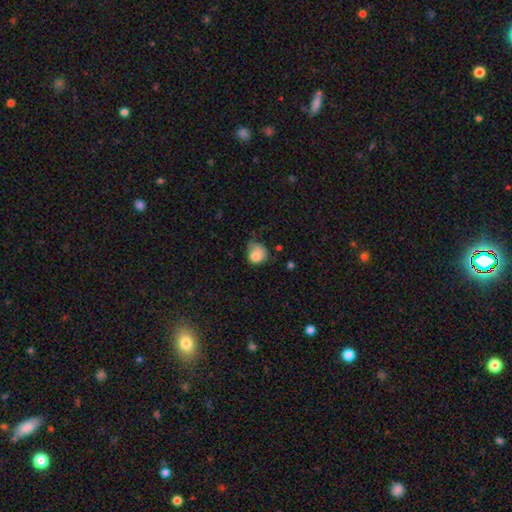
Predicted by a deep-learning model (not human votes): Q: Smooth or featured?
A: smooth (79%); runner-up: featured or disk (12%)
Q: How rounded?
A: round (65%); runner-up: in between (35%)
Q: Merging?
A: minor disturbance (41%); runner-up: none (31%)